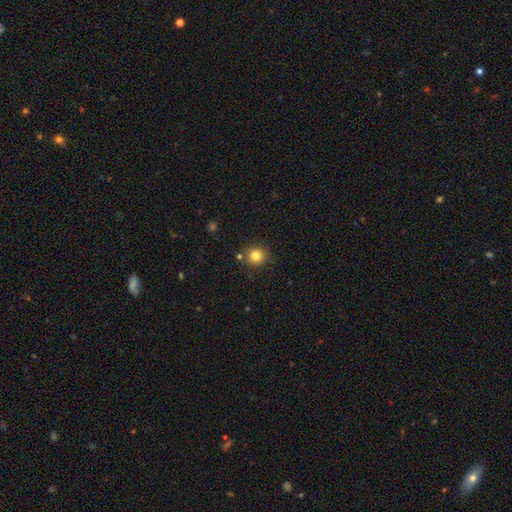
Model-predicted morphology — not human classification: smooth_or_featured: smooth (p=0.81) [alt: star or artifact p=0.13]
how_rounded: round (p=0.93) [alt: in between p=0.06]
merging: none (p=0.85) [alt: minor disturbance p=0.07]